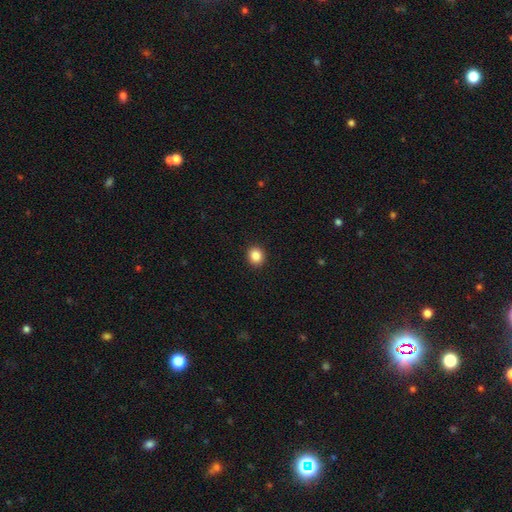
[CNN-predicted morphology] type=smooth (86%); roundness=round (81%); merging=none (93%).